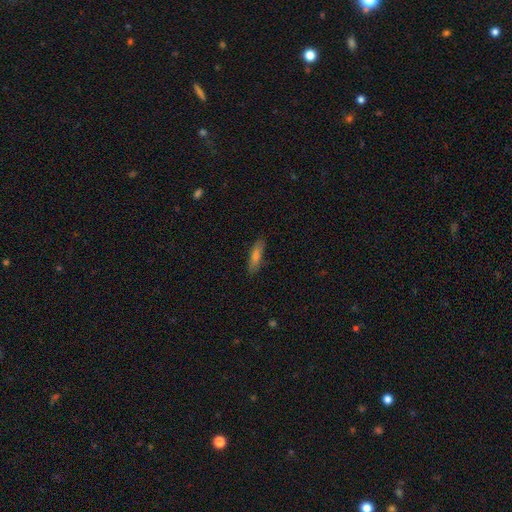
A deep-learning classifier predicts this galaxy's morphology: Smooth or featured? Predicted: smooth (p=0.71). How rounded? Predicted: cigar-shaped (p=0.65). Merging? Predicted: none (p=0.85).